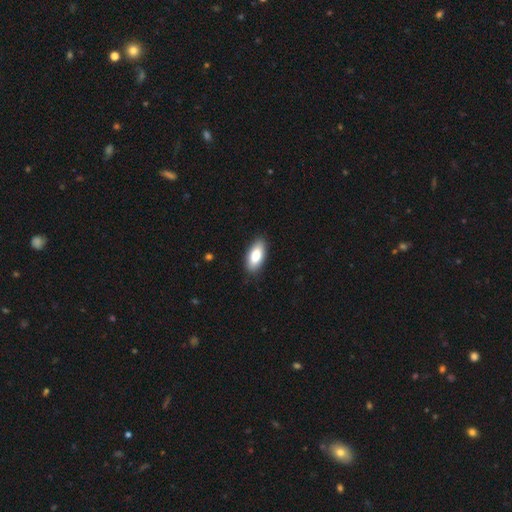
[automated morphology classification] This appears to be a smooth galaxy with no disk features (83%) that is in between round and cigar-shaped (88%). Merging: none (88%).